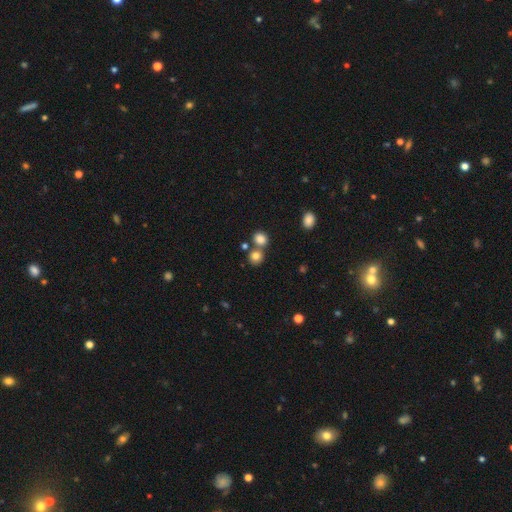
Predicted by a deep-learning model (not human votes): Smooth or featured? Predicted: smooth (p=0.81). How rounded? Predicted: round (p=0.82). Merging? Predicted: none (p=0.61).